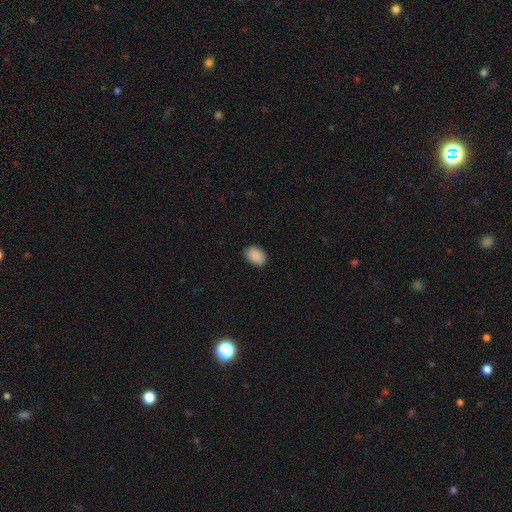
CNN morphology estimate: smooth_or_featured: smooth (p=0.90) [alt: star or artifact p=0.08]
how_rounded: in between (p=0.79) [alt: round p=0.20]
merging: none (p=0.86) [alt: minor disturbance p=0.11]